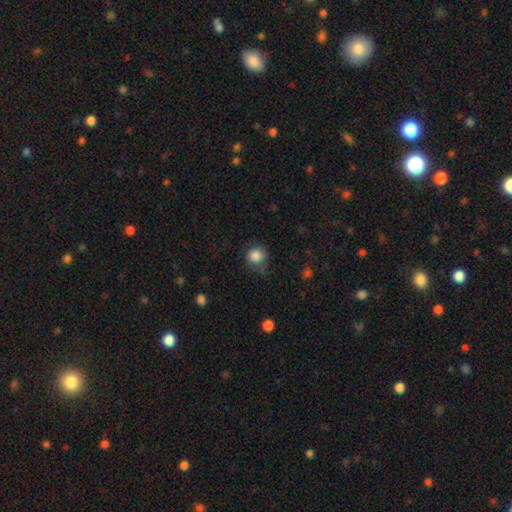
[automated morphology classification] smooth_or_featured: smooth (p=0.86) [alt: star or artifact p=0.09]
how_rounded: round (p=0.86) [alt: in between p=0.14]
merging: none (p=0.65) [alt: minor disturbance p=0.25]